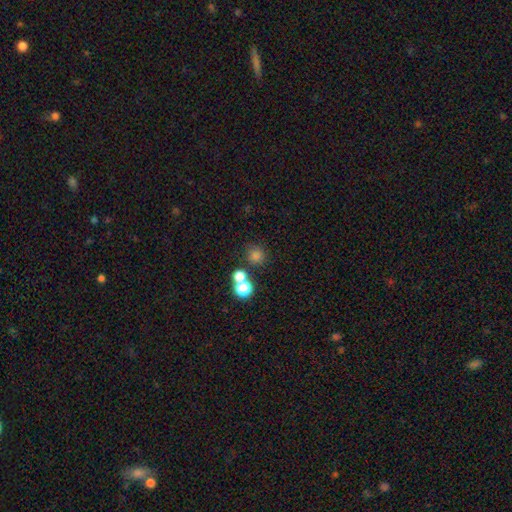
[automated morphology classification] This appears to be a smooth galaxy with no disk features (74%) that is round (92%). Merging: none (69%).